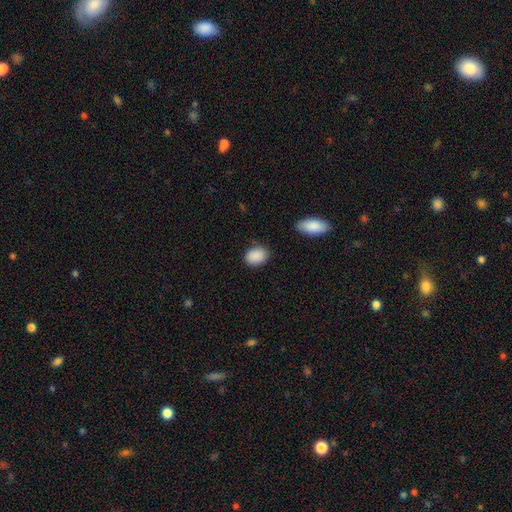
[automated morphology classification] Smooth or featured: smooth — 89% (star or artifact — 7%)
How rounded: in between — 71% (round — 28%)
Merging: none — 78% (minor disturbance — 16%)